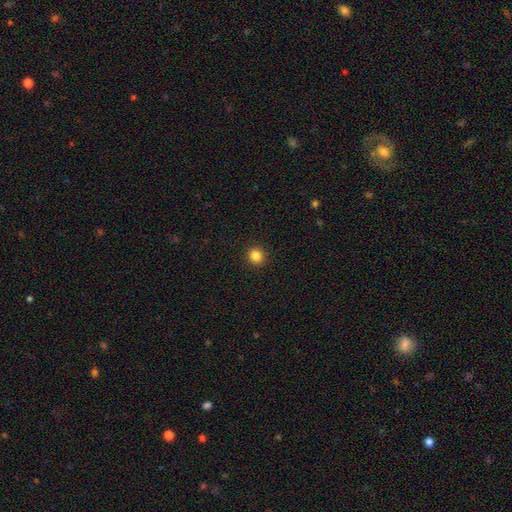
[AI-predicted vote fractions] Smooth or featured: smooth — 84% (star or artifact — 12%)
How rounded: round — 86% (in between — 13%)
Merging: none — 92% (minor disturbance — 5%)